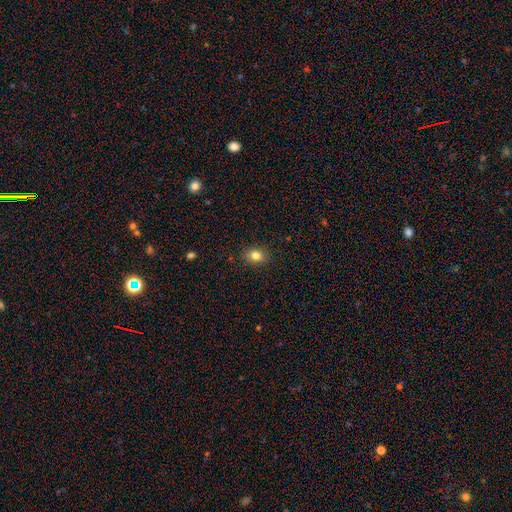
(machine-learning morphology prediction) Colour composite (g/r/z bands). It shows a smooth galaxy with no disk features (81%) that is in between round and cigar-shaped (54%). Merging: none (89%).